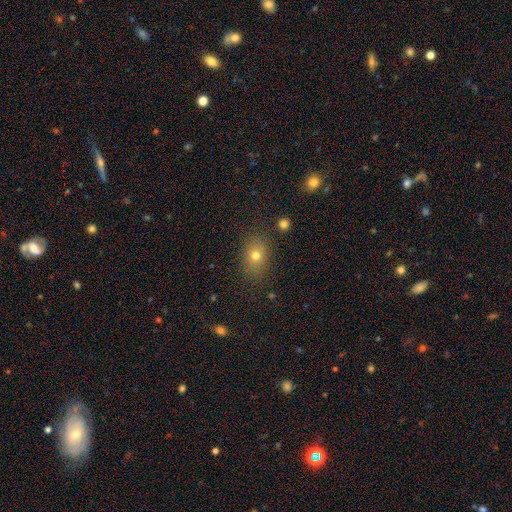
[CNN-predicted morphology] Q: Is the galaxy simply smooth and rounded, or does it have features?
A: smooth — 74%.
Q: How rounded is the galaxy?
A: in between — 68%.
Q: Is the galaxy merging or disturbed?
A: none — 83%.